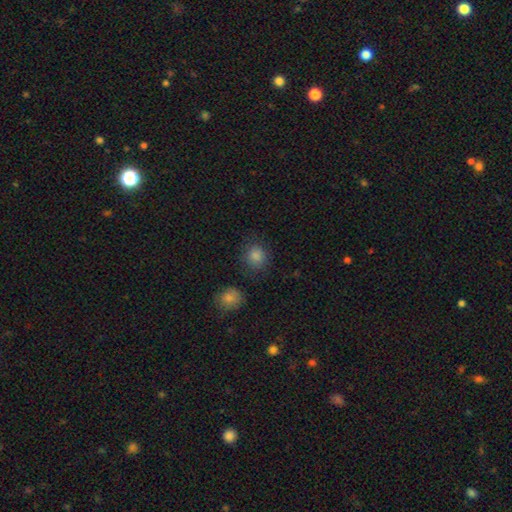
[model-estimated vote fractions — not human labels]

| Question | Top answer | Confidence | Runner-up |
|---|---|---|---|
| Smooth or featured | smooth | 81% | star or artifact (14%) |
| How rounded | round | 84% | in between (15%) |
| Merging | none | 84% | minor disturbance (10%) |